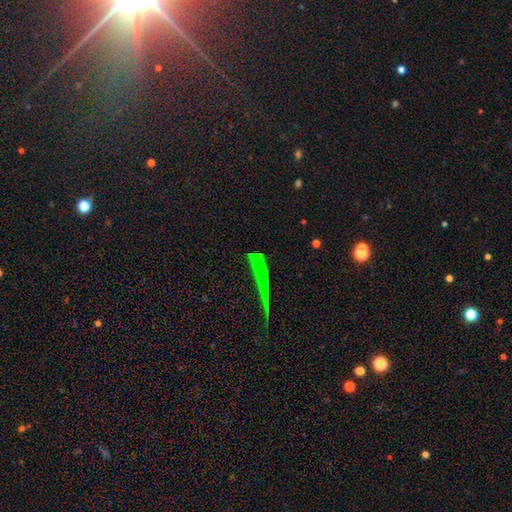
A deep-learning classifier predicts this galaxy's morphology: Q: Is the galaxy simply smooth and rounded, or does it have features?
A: star or artifact — 64%.